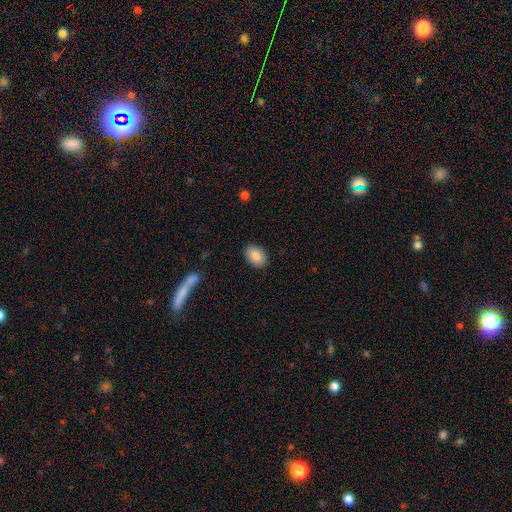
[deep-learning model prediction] A smooth galaxy with no disk features (86%) that is in between round and cigar-shaped (85%). Merging: none (89%).